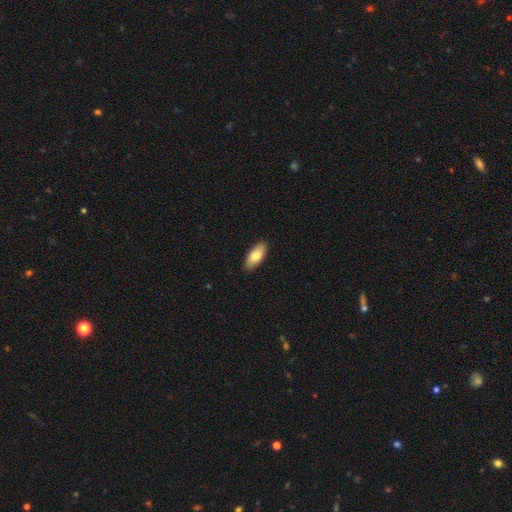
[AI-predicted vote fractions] A smooth galaxy with no disk features (79%) that is in between round and cigar-shaped (88%). Merging: none (89%).